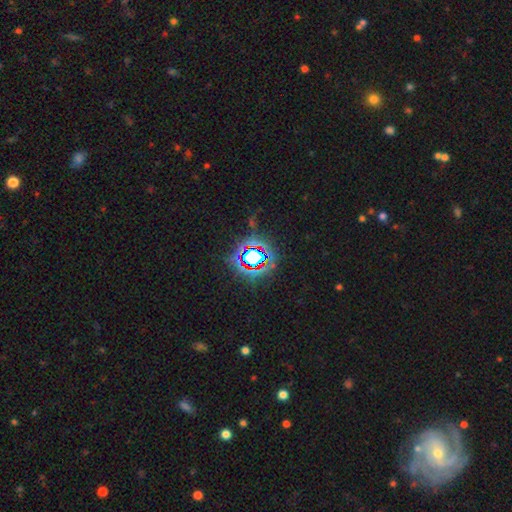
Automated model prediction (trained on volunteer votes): A star or artifact, not a galaxy (74%).